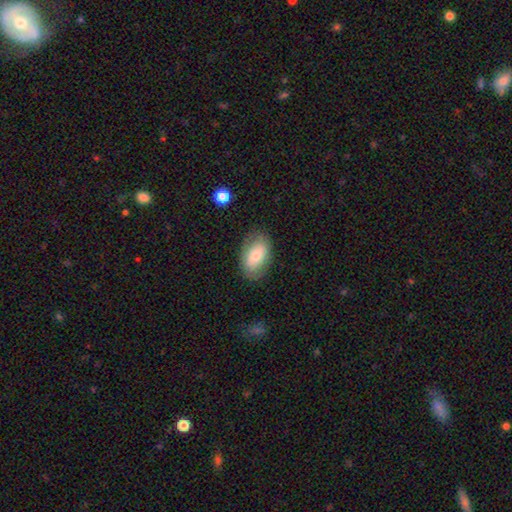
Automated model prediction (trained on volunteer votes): smooth-or-featured: smooth: 70% | featured or disk: 23% | star or artifact: 7%
  how-rounded: in between: 90% | round: 8% | cigar-shaped: 2%
  merging: none: 80% | minor disturbance: 15% | major disturbance: 4% | merger: 1%